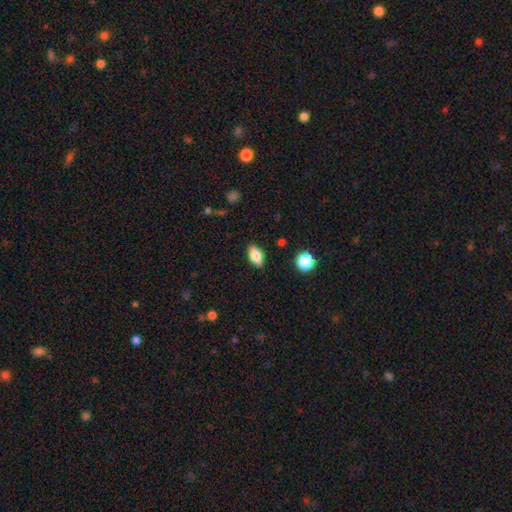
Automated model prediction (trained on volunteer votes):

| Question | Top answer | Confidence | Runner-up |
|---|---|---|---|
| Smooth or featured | smooth | 78% | featured or disk (14%) |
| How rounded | in between | 86% | cigar-shaped (7%) |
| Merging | none | 86% | minor disturbance (10%) |